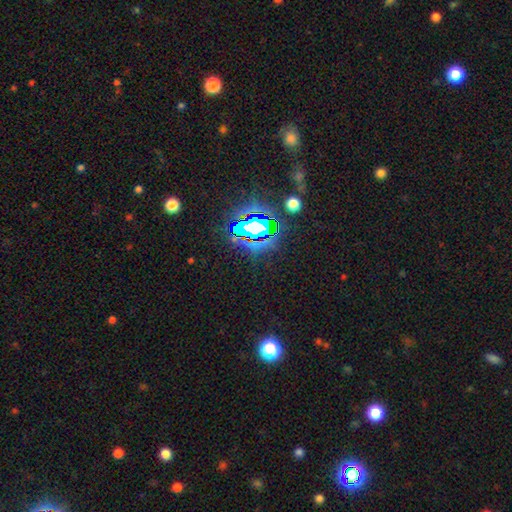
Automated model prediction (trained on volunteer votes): Overall: star or artifact (80%).